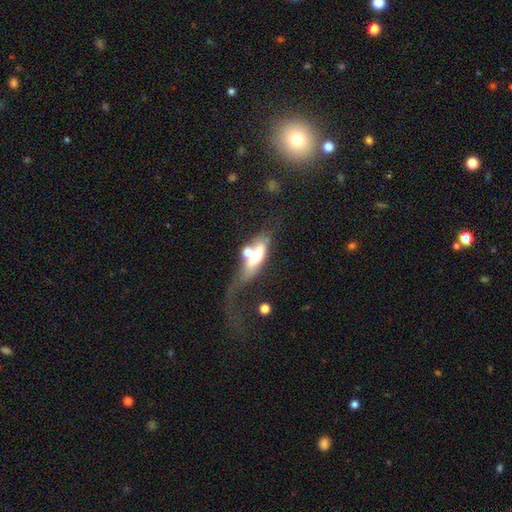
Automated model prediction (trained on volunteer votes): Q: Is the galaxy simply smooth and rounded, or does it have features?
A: smooth — 49%.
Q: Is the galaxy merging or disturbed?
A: merger — 38%.